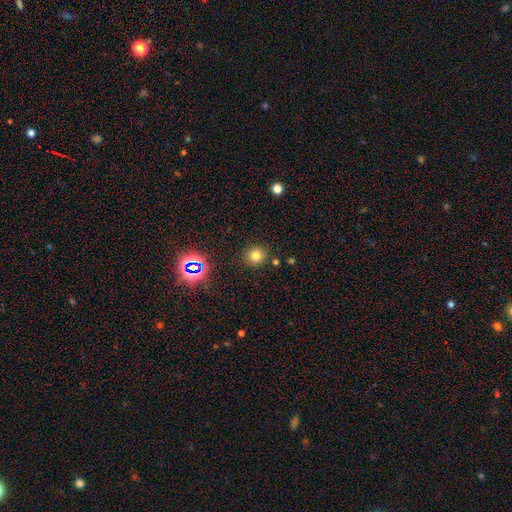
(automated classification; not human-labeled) smooth_or_featured: smooth (p=0.74) [alt: star or artifact p=0.19]
how_rounded: round (p=0.91) [alt: in between p=0.08]
merging: none (p=0.87) [alt: minor disturbance p=0.07]